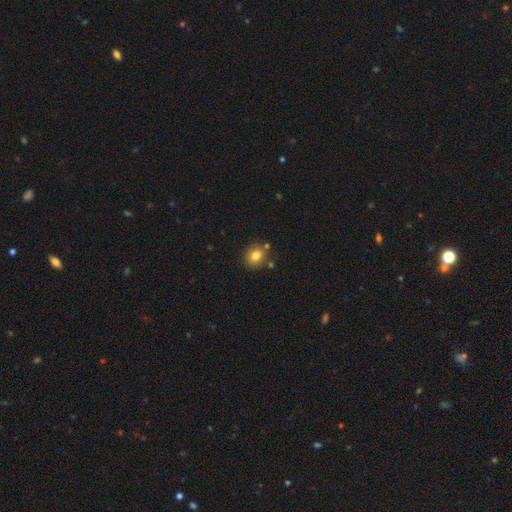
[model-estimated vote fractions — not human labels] smooth-or-featured: smooth: 79% | star or artifact: 12% | featured or disk: 9%
  how-rounded: round: 75% | in between: 24% | cigar-shaped: 1%
  merging: none: 80% | minor disturbance: 10% | merger: 7% | major disturbance: 3%